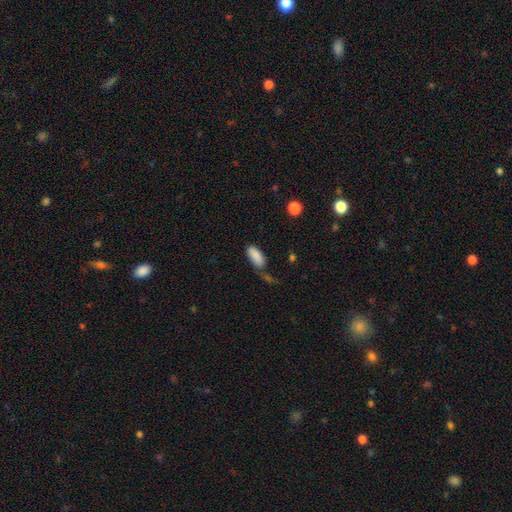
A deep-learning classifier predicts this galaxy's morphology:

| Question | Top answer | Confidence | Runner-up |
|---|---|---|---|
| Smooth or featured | smooth | 87% | star or artifact (8%) |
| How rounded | in between | 88% | cigar-shaped (10%) |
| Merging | none | 54% | minor disturbance (23%) |